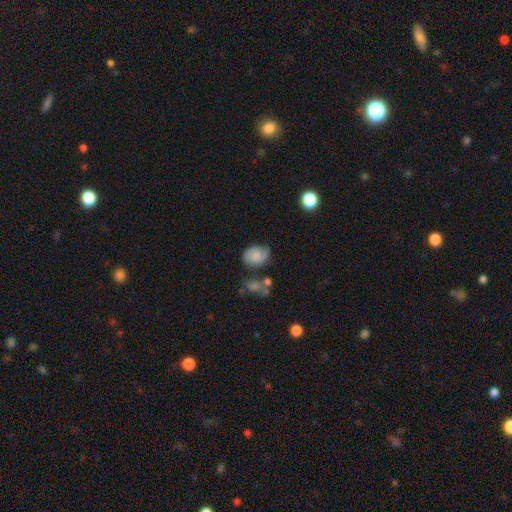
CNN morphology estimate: Overall: smooth (56%; featured or disk 34%). How rounded: in between (68%; round 31%). Merging: none (54%; minor disturbance 28%).